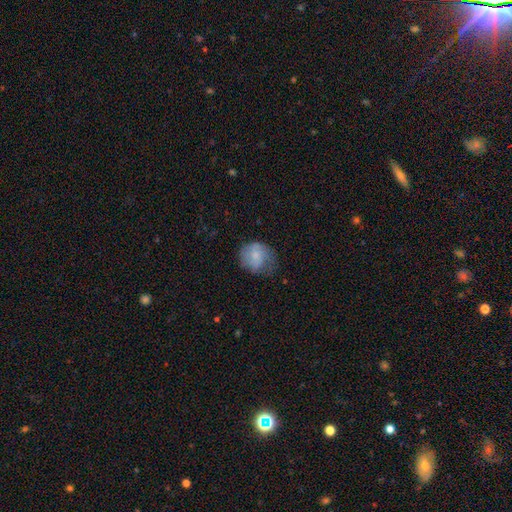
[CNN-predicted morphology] Q: Smooth or featured?
A: smooth (69%); runner-up: featured or disk (24%)
Q: How rounded?
A: round (76%); runner-up: in between (23%)
Q: Merging?
A: none (48%); runner-up: minor disturbance (32%)